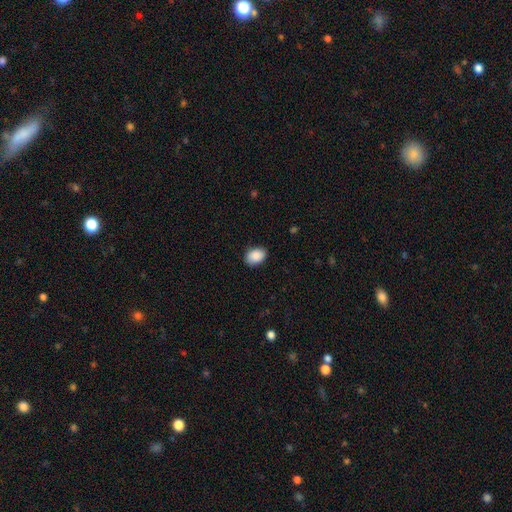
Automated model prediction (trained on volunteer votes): The model was most divided on "how rounded": in between: 80%, round: 19%, cigar-shaped: 1%. More confident: smooth or featured — smooth (90%); merging — none (86%).